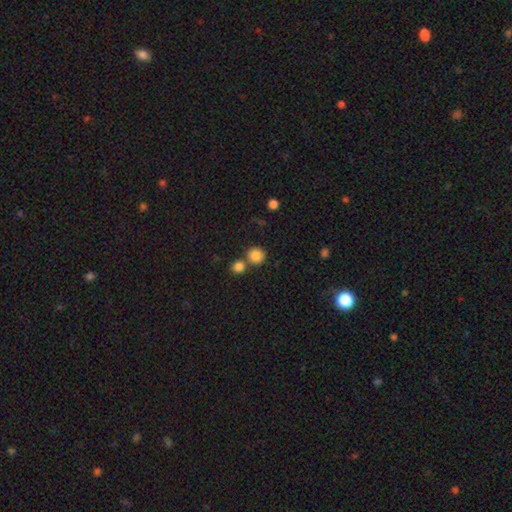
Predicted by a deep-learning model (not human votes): This appears to be a smooth galaxy with no disk features (85%) that is round (90%). Merging: none (62%).